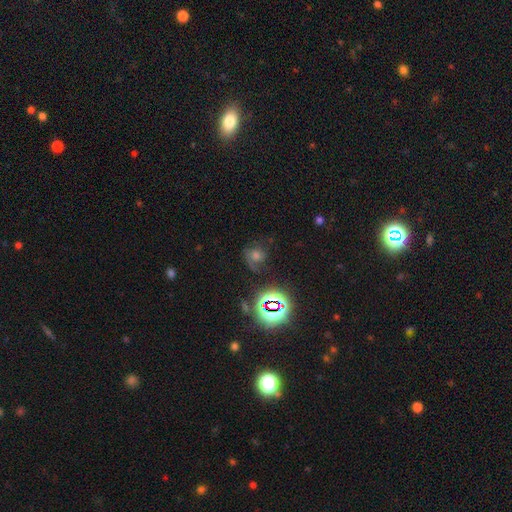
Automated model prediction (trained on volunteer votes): This is marginally a star or artifact rather than a galaxy (44%).